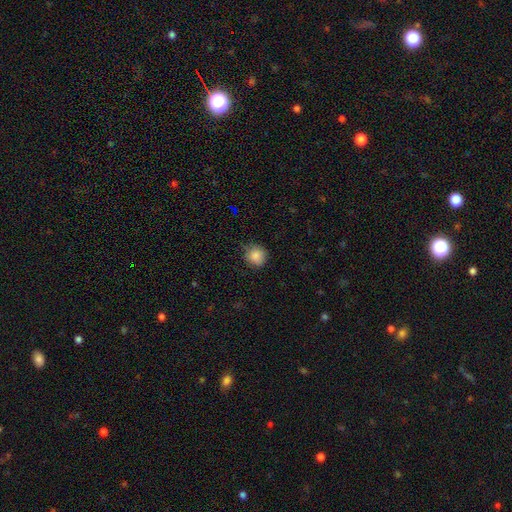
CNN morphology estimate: This is clearly a smooth galaxy (86%). How rounded: clearly round (89%). Merging: likely none (78%).